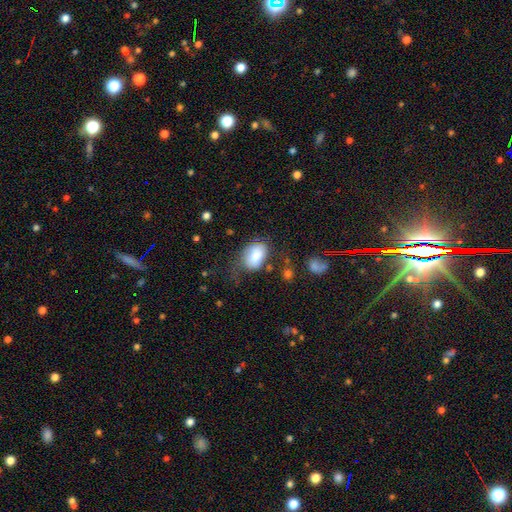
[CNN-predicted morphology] smooth_or_featured: smooth (p=0.78) [alt: featured or disk p=0.15]
how_rounded: in between (p=0.80) [alt: round p=0.19]
merging: none (p=0.46) [alt: minor disturbance p=0.28]